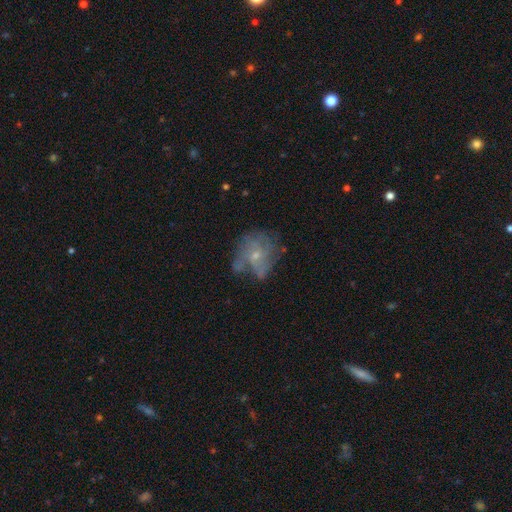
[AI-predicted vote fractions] featured or disk 64%, smooth 25%, star or artifact 11%. Down the decision tree: edge-on disk — no (97%); bar — no (77%); spiral arms — yes (68%); bulge size — small (71%); merging — none (48%).